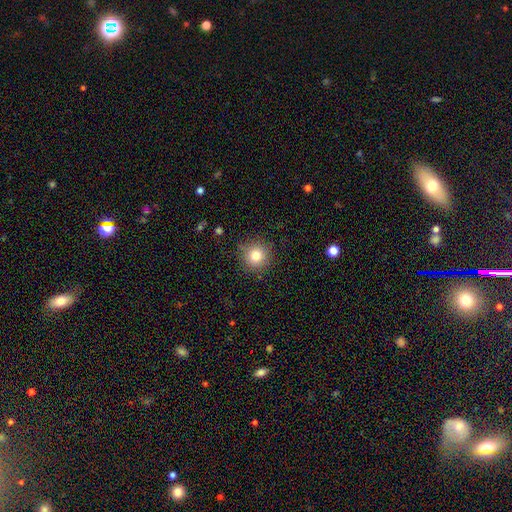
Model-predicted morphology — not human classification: smooth 80%, star or artifact 12%, featured or disk 8%. Down the decision tree: how rounded — round (95%); merging — none (87%).